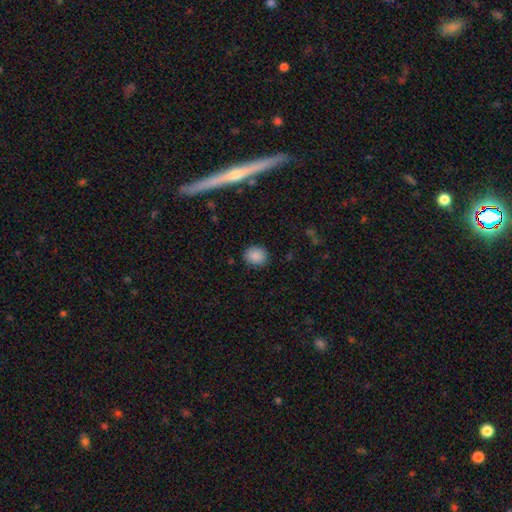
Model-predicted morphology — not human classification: The model was most divided on "how rounded": round: 70%, in between: 29%, cigar-shaped: 1%. More confident: smooth or featured — smooth (87%); merging — none (87%).